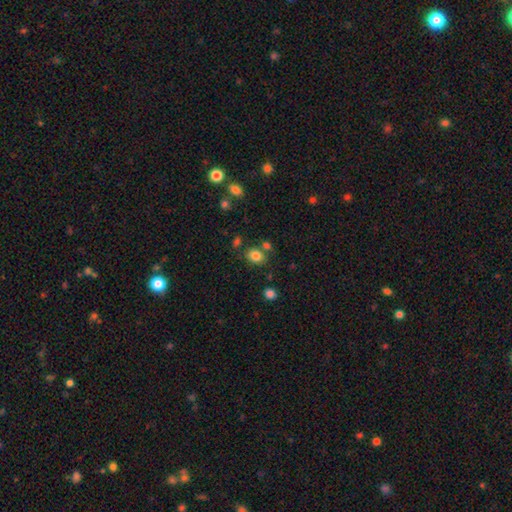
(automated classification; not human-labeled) A smooth galaxy with no disk features (83%) that is in between round and cigar-shaped (58%).

Vote fractions:
- Smooth or featured? smooth: 83% / star or artifact: 11% / featured or disk: 6%
- How rounded? in between: 58% / round: 41% / cigar-shaped: 1%
- Merging? none: 72% / minor disturbance: 12% / merger: 12% / major disturbance: 4%